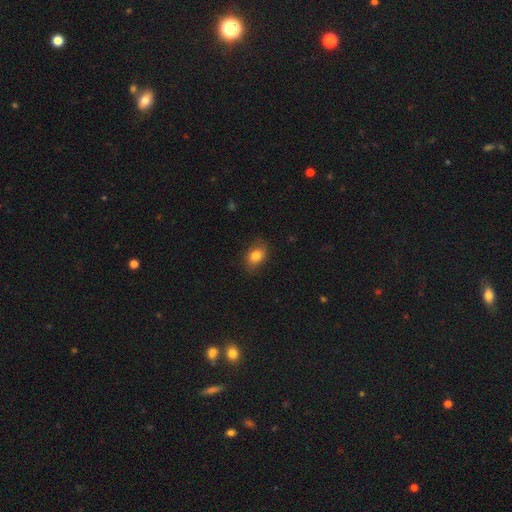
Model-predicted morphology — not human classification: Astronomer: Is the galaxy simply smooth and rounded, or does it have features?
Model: smooth — 81%.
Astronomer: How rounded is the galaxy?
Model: in between — 71%.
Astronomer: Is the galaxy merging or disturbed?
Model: none — 80%.